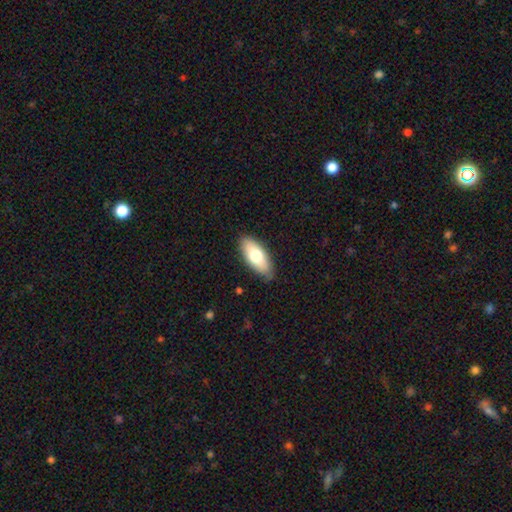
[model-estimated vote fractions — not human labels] smooth 72%, featured or disk 22%, star or artifact 6%. Down the decision tree: how rounded — in between (85%); merging — none (84%).